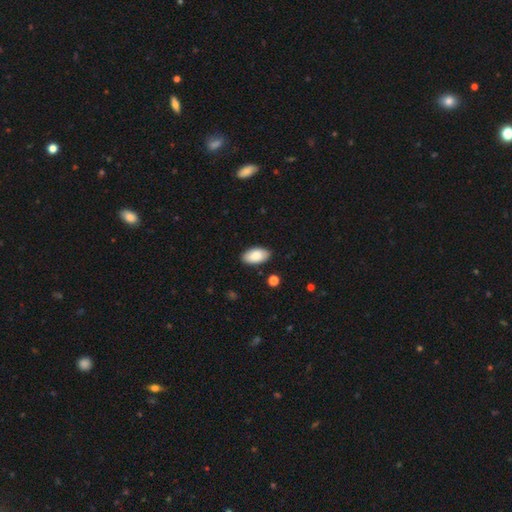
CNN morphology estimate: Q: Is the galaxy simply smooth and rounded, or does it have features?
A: smooth — 86%.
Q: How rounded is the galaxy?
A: in between — 95%.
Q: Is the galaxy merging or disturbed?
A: none — 88%.